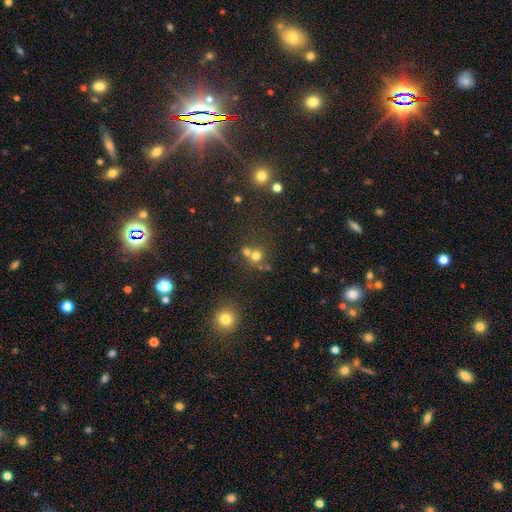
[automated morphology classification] Q: Smooth or featured?
A: smooth (67%); runner-up: star or artifact (20%)
Q: How rounded?
A: round (86%); runner-up: in between (13%)
Q: Merging?
A: none (48%); runner-up: merger (41%)